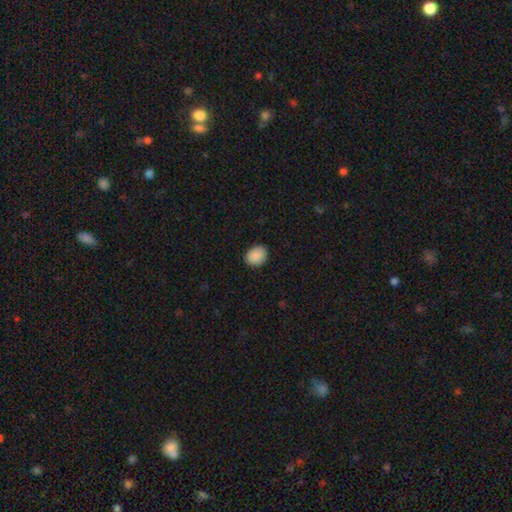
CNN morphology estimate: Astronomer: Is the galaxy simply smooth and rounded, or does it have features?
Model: smooth — 89%.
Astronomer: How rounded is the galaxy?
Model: round — 55% (runner-up: in between, 44%).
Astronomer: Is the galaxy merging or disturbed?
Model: none — 86%.